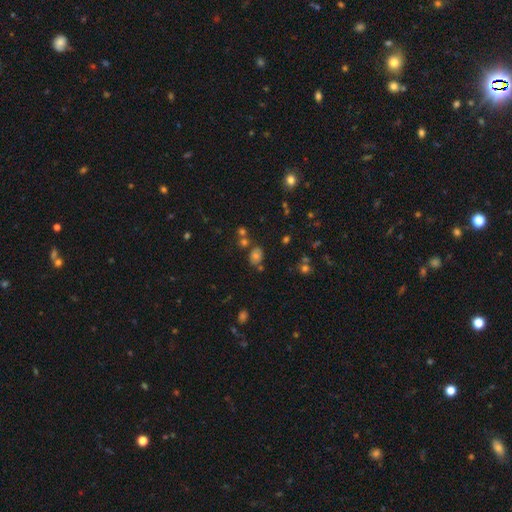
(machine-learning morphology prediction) A smooth galaxy with no disk features (64%) that is in between round and cigar-shaped (58%). Merging: none (68%).